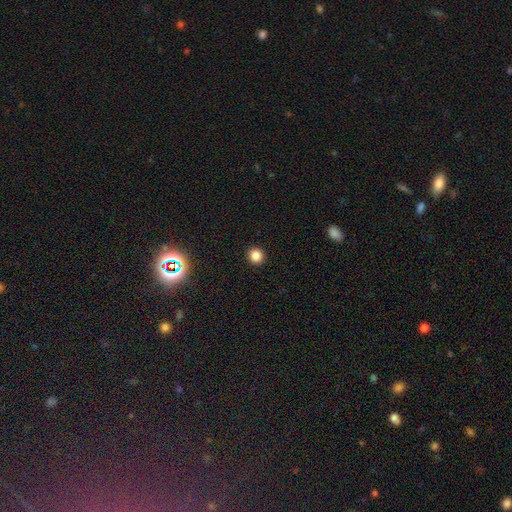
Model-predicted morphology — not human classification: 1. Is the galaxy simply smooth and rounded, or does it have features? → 84% smooth, 12% star or artifact, 3% featured or disk.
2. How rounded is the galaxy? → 91% round, 8% in between, 1% cigar-shaped.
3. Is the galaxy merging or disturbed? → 93% none, 5% minor disturbance, 2% major disturbance, 1% merger.